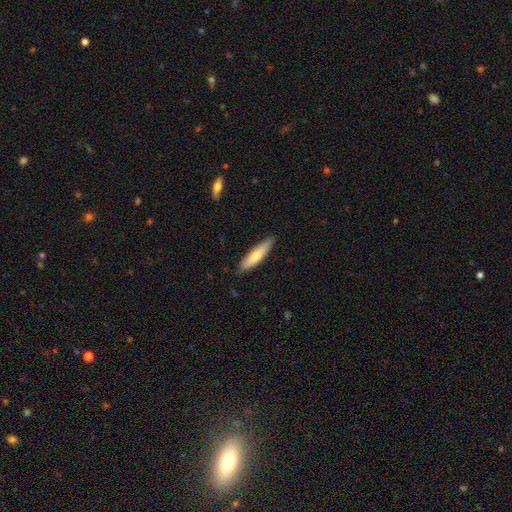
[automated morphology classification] smooth-or-featured: smooth: 68% | featured or disk: 27% | star or artifact: 6%
  how-rounded: cigar-shaped: 76% | in between: 22% | round: 1%
  merging: none: 84% | minor disturbance: 13% | major disturbance: 2% | merger: 1%